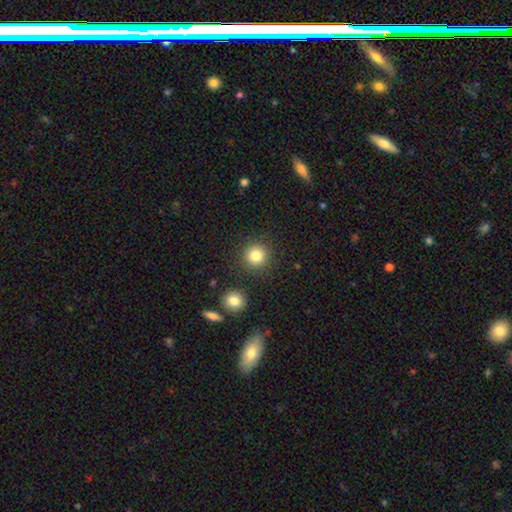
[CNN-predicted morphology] This appears to be a smooth galaxy with no disk features (83%) that is round (93%). Merging: none (87%).